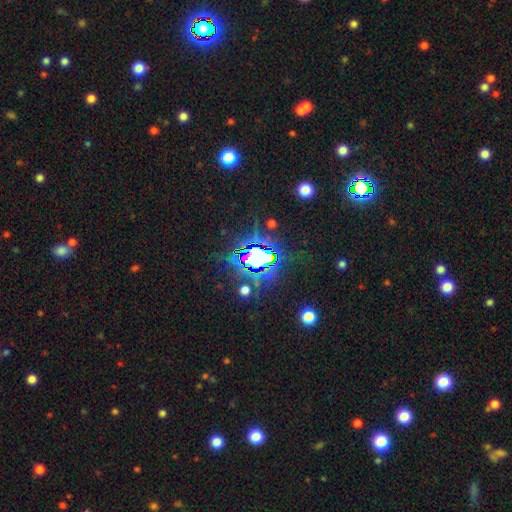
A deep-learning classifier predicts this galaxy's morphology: Smooth or featured?
  - star or artifact: 71% *
  - smooth: 17%
  - featured or disk: 11%